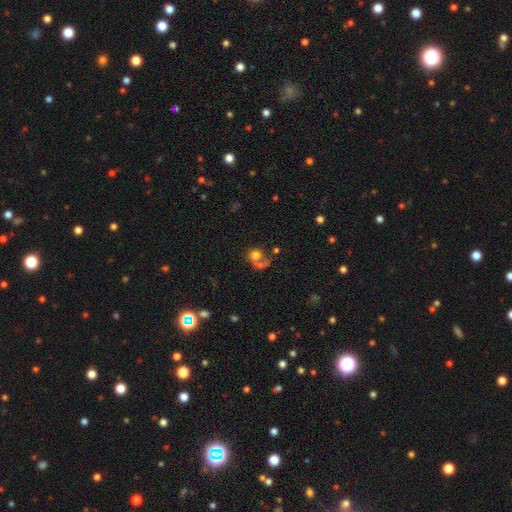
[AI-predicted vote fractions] A smooth galaxy with no disk features (66%) that is round (75%). Merging: merger (45%).